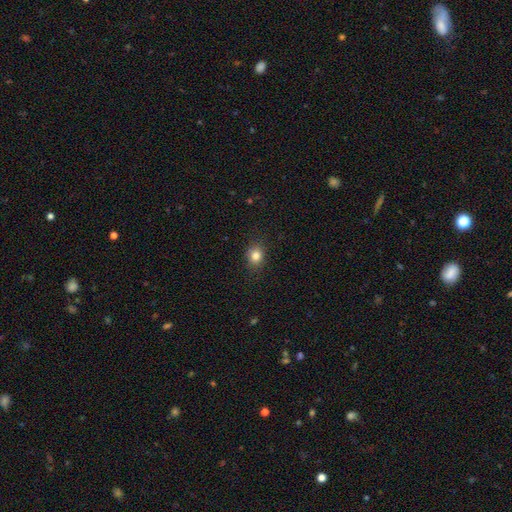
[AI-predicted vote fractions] Morphology: type=smooth (83%); roundness=round (60%); merging=none (86%).